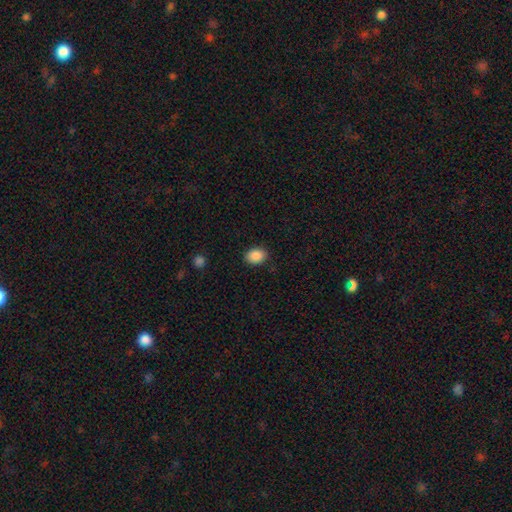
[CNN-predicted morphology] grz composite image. It shows a smooth galaxy with no disk features (88%) that is in between round and cigar-shaped (67%). Merging: none (88%).